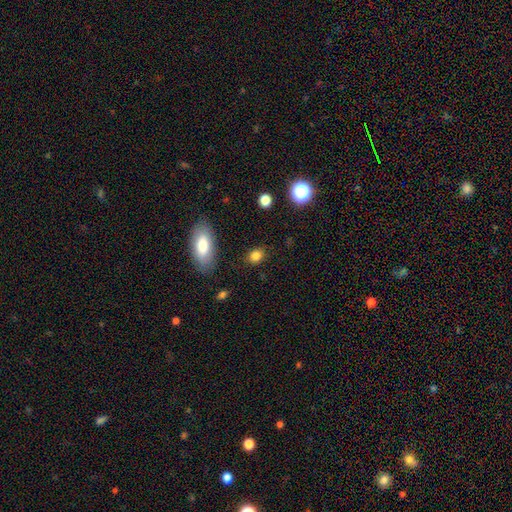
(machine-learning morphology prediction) A smooth galaxy with no disk features (83%) that is in between round and cigar-shaped (57%).

Vote fractions:
- Smooth or featured? smooth: 83% / star or artifact: 11% / featured or disk: 6%
- How rounded? in between: 57% / round: 41% / cigar-shaped: 2%
- Merging? none: 83% / minor disturbance: 12% / major disturbance: 4% / merger: 2%